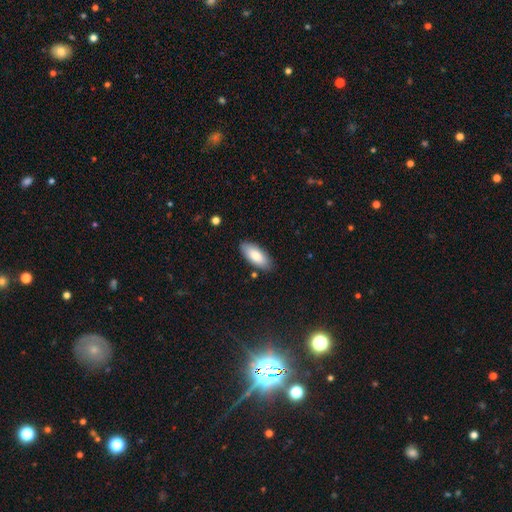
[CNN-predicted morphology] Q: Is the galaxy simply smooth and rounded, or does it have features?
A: smooth — 83%.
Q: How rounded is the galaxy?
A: in between — 85%.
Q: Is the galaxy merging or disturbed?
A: none — 86%.